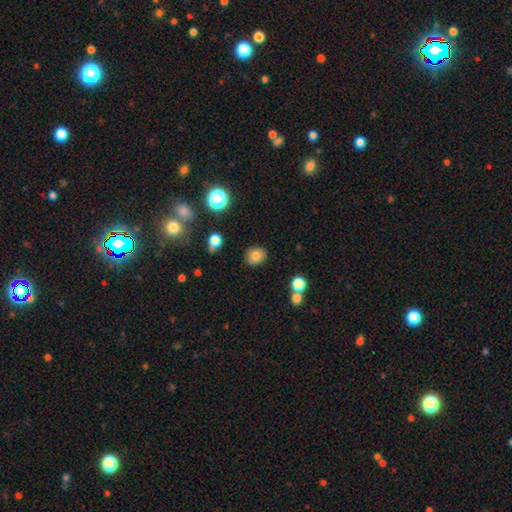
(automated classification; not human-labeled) A smooth galaxy with no disk features (81%) that is round (69%).

Vote fractions:
- Smooth or featured? smooth: 81% / star or artifact: 11% / featured or disk: 8%
- How rounded? round: 69% / in between: 30% / cigar-shaped: 1%
- Merging? none: 85% / minor disturbance: 10% / merger: 3% / major disturbance: 3%